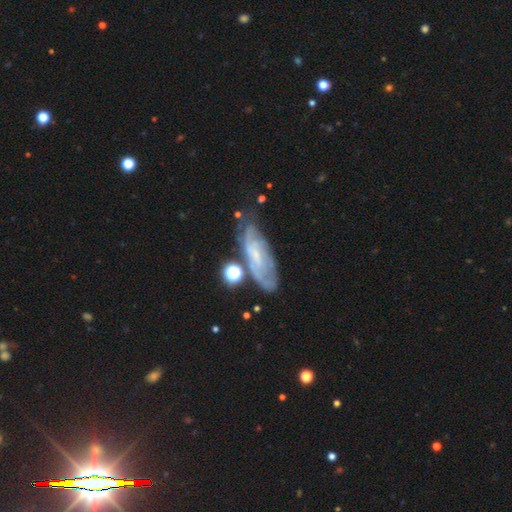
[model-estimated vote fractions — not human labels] This is likely a featured or disk galaxy (69%). It is clearly not viewed edge-on (84%). Bar: possibly no (53%). Spiral arm pattern: clearly yes (83%). Central bulge: likely small (66%). Merging: possibly none (57%).